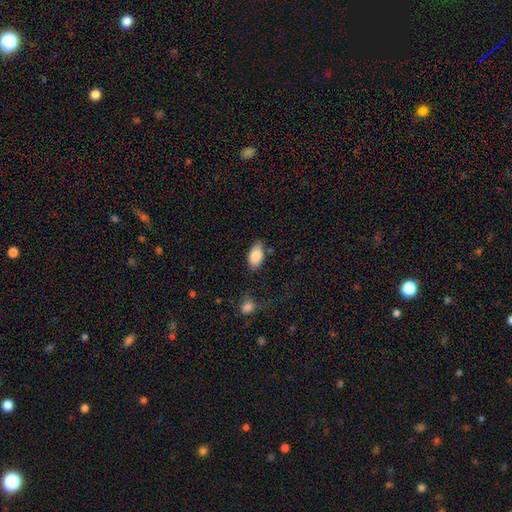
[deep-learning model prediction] Smooth or featured? Predicted: smooth (p=0.87). How rounded? Predicted: in between (p=0.94). Merging? Predicted: none (p=0.69).